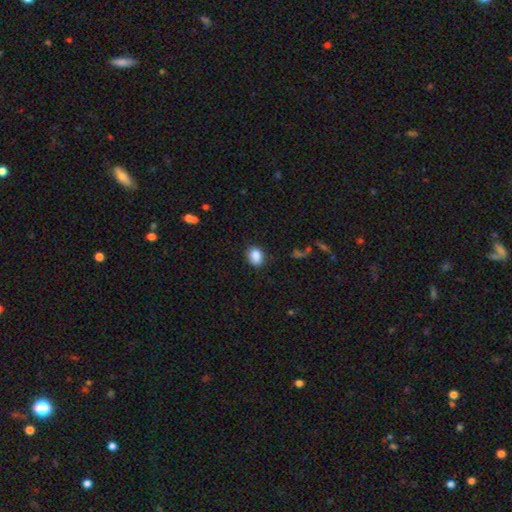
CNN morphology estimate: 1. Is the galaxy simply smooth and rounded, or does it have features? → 88% smooth, 9% star or artifact, 4% featured or disk.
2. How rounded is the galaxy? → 57% in between, 42% round, 1% cigar-shaped.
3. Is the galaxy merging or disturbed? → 81% none, 14% minor disturbance, 3% major disturbance, 1% merger.